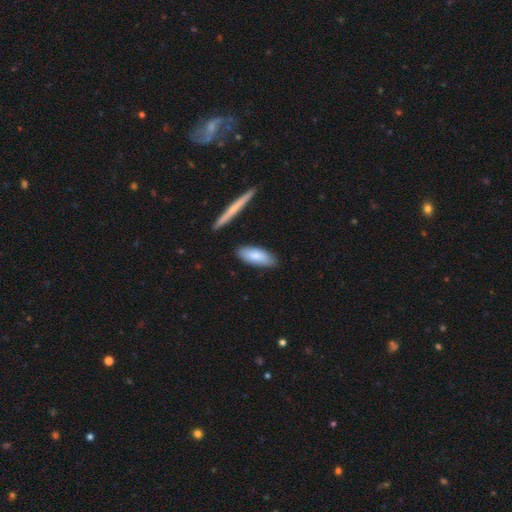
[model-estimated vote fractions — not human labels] This appears to be a smooth galaxy with no disk features (81%) that is in between round and cigar-shaped (70%). Merging: none (82%).